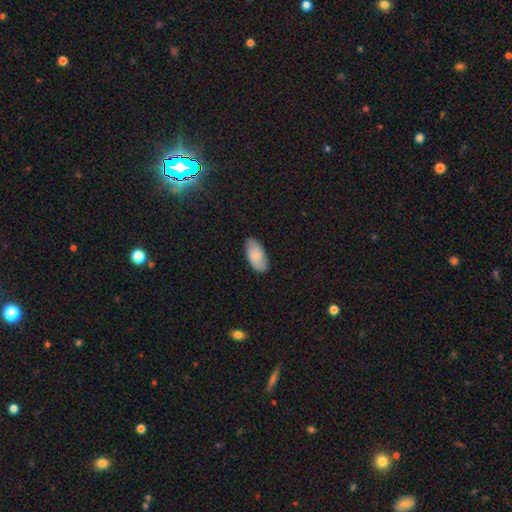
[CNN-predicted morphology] A smooth galaxy with no disk features (76%) that is in between round and cigar-shaped (94%).

Vote fractions:
- Smooth or featured? smooth: 76% / featured or disk: 18% / star or artifact: 6%
- How rounded? in between: 94% / cigar-shaped: 3% / round: 2%
- Merging? none: 82% / minor disturbance: 14% / major disturbance: 3% / merger: 1%